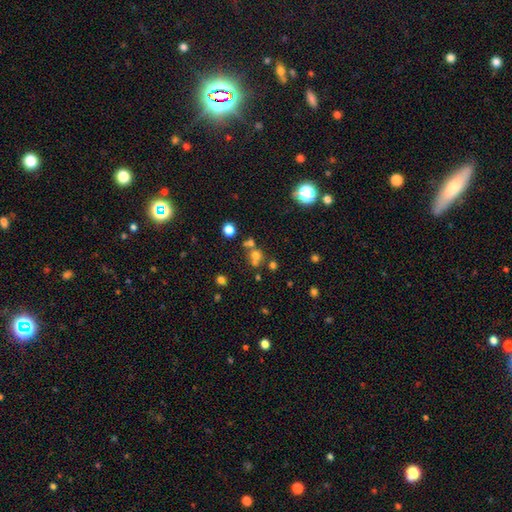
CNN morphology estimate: Smooth or featured: smooth — 60% (star or artifact — 24%)
How rounded: round — 84% (in between — 14%)
Merging: none — 48% (merger — 39%)